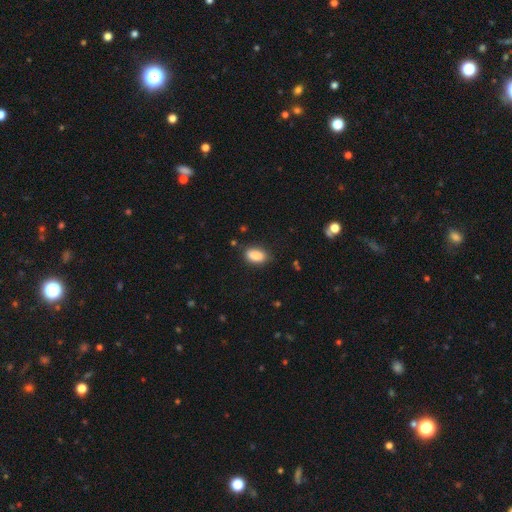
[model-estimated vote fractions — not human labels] smooth-or-featured: smooth: 86% | star or artifact: 8% | featured or disk: 6%
  how-rounded: in between: 90% | round: 6% | cigar-shaped: 4%
  merging: none: 80% | minor disturbance: 15% | major disturbance: 3% | merger: 2%